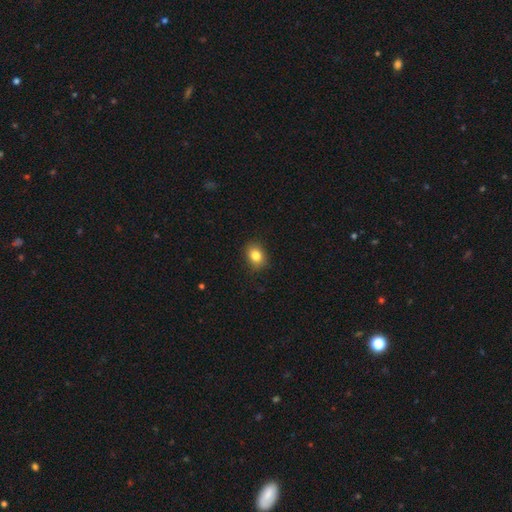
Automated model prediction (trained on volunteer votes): Smooth or featured?
  - smooth: 84% *
  - star or artifact: 10%
  - featured or disk: 7%
How rounded?
  - in between: 55% *
  - round: 44%
  - cigar-shaped: 1%
Merging?
  - none: 87% *
  - minor disturbance: 10%
  - major disturbance: 2%
  - merger: 1%